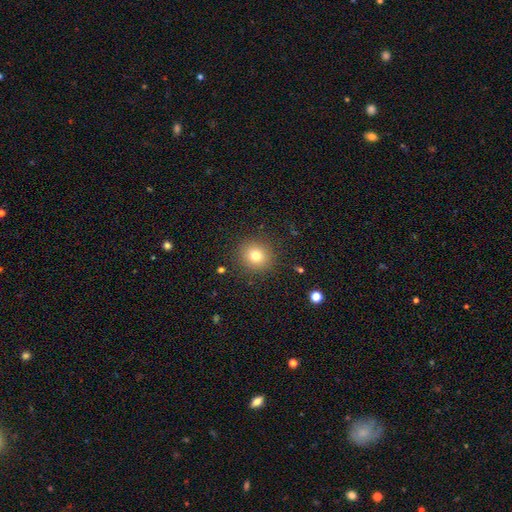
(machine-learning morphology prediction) smooth-or-featured: smooth: 76% | star or artifact: 14% | featured or disk: 10%
  how-rounded: round: 88% | in between: 11% | cigar-shaped: 1%
  merging: none: 89% | minor disturbance: 7% | major disturbance: 3% | merger: 1%